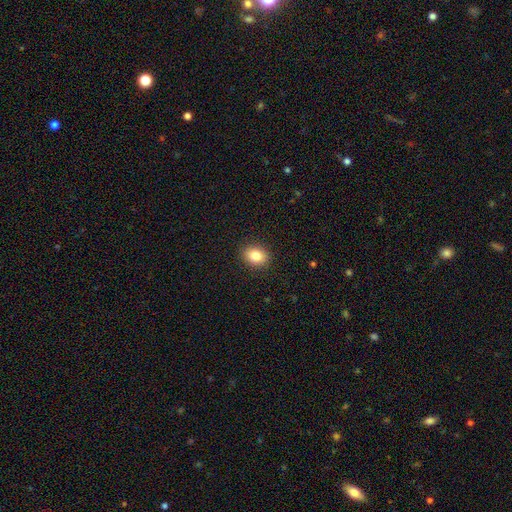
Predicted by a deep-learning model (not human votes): Smooth or featured?
  - smooth: 83% *
  - star or artifact: 10%
  - featured or disk: 7%
How rounded?
  - in between: 52% *
  - round: 47%
  - cigar-shaped: 1%
Merging?
  - none: 90% *
  - minor disturbance: 7%
  - major disturbance: 2%
  - merger: 1%